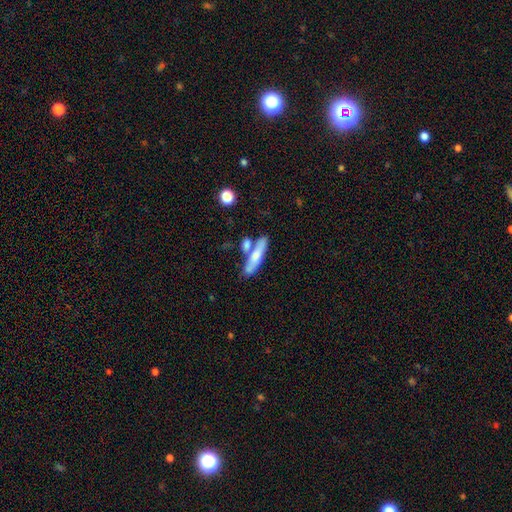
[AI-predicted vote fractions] Smooth or featured? Predicted: smooth (p=0.62). How rounded? Predicted: cigar-shaped (p=0.73). Merging? Predicted: none (p=0.56).